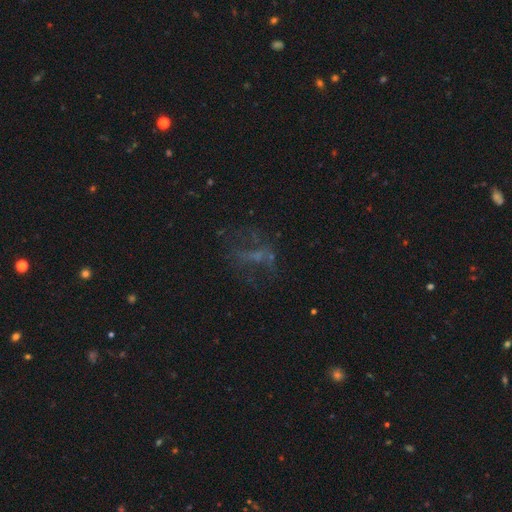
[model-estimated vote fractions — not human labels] Smooth or featured? featured or disk (46%)
Merging? none (50%)